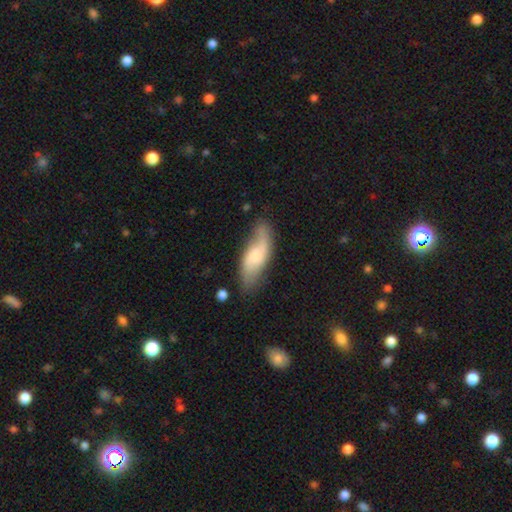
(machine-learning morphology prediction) type=featured or disk (51%); edge-on=no (83%); merging=none (67%).